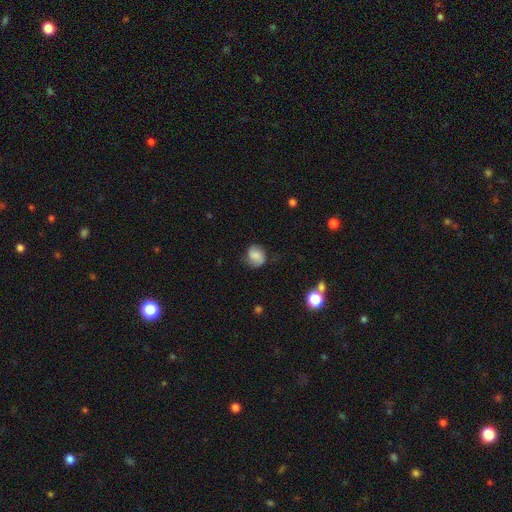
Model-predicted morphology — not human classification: Q: Smooth or featured?
A: smooth (70%); runner-up: featured or disk (20%)
Q: How rounded?
A: round (69%); runner-up: in between (30%)
Q: Merging?
A: none (67%); runner-up: minor disturbance (24%)